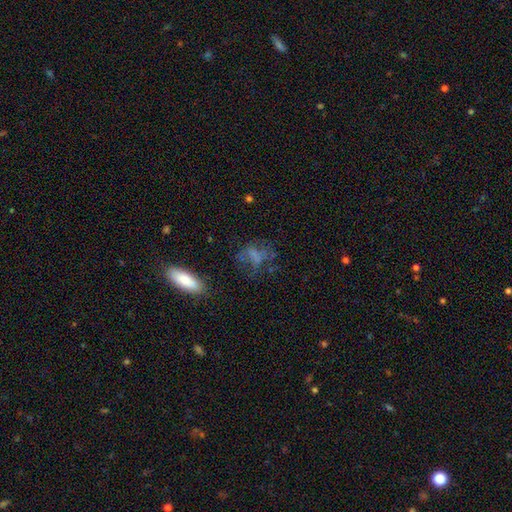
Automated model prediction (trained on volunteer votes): The model was most divided on "merging": none: 46%, major disturbance: 29%, minor disturbance: 19%, merger: 6%. Remaining: smooth or featured — smooth (50%).